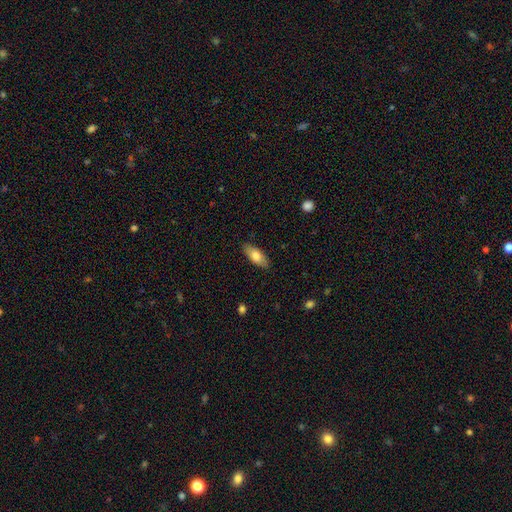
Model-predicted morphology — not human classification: Smooth or featured? smooth (74%)
How rounded? in between (81%)
Merging? none (86%)